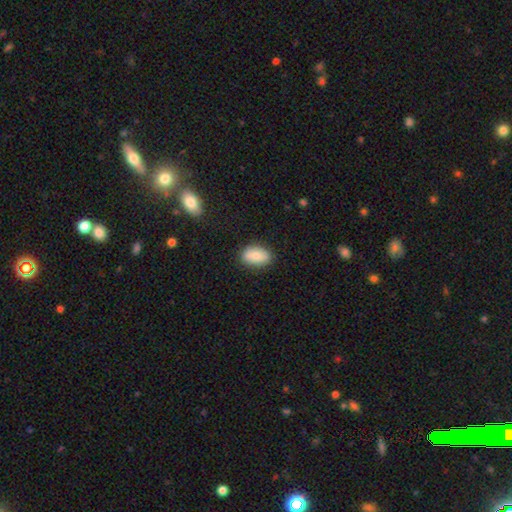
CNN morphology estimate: A smooth galaxy with no disk features (79%) that is in between round and cigar-shaped (89%).

Vote fractions:
- Smooth or featured? smooth: 79% / featured or disk: 14% / star or artifact: 7%
- How rounded? in between: 89% / round: 9% / cigar-shaped: 2%
- Merging? none: 83% / minor disturbance: 13% / major disturbance: 3% / merger: 1%